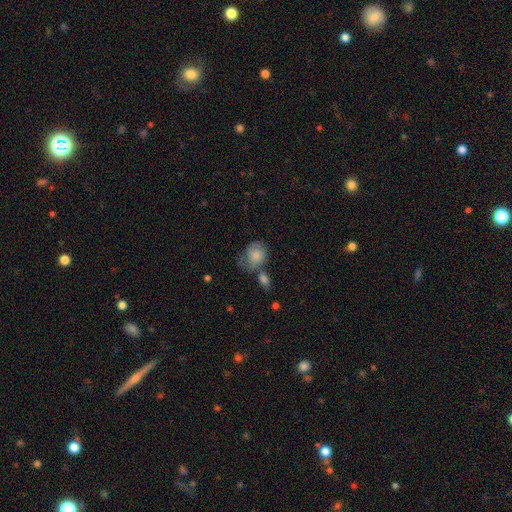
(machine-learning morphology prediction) This appears to be a smooth galaxy with no disk features (74%) that is in between round and cigar-shaped (51%). Merging: none (39%).